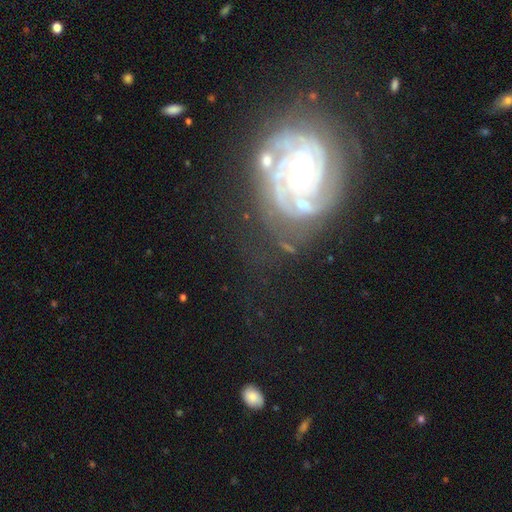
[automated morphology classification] Smooth or featured?
  - featured or disk: 84% *
  - star or artifact: 9%
  - smooth: 8%
Edge-on disk?
  - no: 97% *
  - yes: 3%
Bar?
  - no: 64% *
  - weak: 24%
  - strong: 12%
Spiral arms?
  - yes: 93% *
  - no: 7%
Spiral winding?
  - tight: 73% *
  - medium: 22%
  - loose: 5%
Spiral arm count?
  - 2: 36% *
  - can't tell: 23%
  - 3: 19%
  - 4: 8%
  - 1: 7%
  - more than 4: 7%
Bulge size?
  - moderate: 62% *
  - small: 27%
  - large: 8%
  - dominant: 2%
  - none: 1%
Merging?
  - none: 64% *
  - minor disturbance: 19%
  - major disturbance: 13%
  - merger: 4%